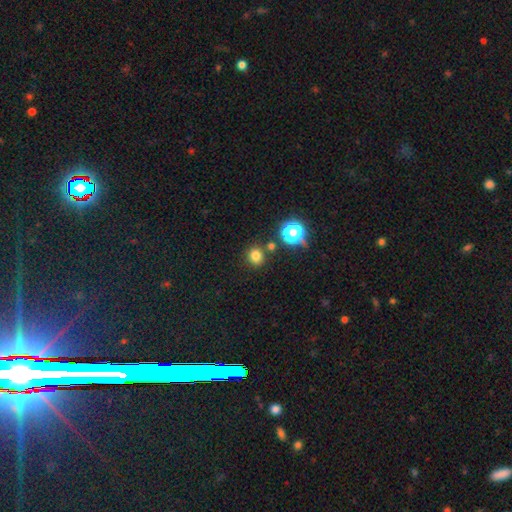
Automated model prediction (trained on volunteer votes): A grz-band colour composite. It shows a smooth galaxy with no disk features (76%) that is round (87%). Merging: none (80%).